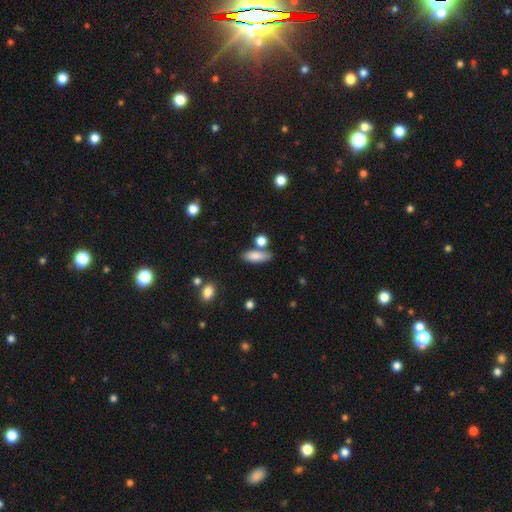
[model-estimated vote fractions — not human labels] smooth 83%, featured or disk 9%, star or artifact 8%. Down the decision tree: how rounded — in between (64%); merging — none (66%).